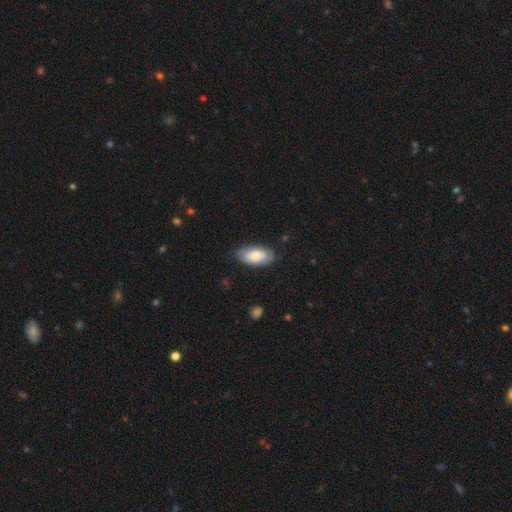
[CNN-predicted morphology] smooth_or_featured: smooth (p=0.73) [alt: featured or disk p=0.22]
how_rounded: in between (p=0.93) [alt: cigar-shaped p=0.04]
merging: none (p=0.78) [alt: minor disturbance p=0.18]